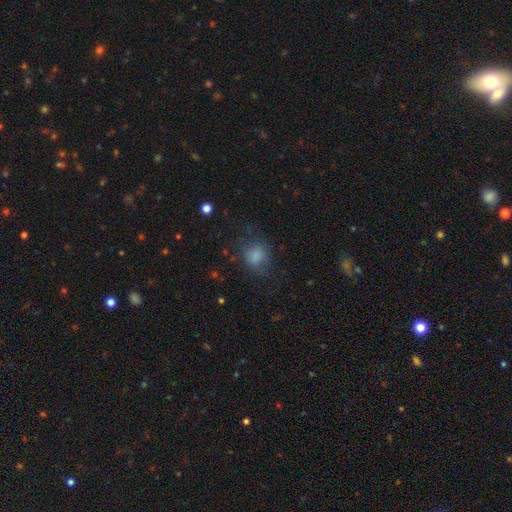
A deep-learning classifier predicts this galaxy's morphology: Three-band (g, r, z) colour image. It shows a smooth galaxy with no disk features (79%) that is round (65%). Merging: none (65%).